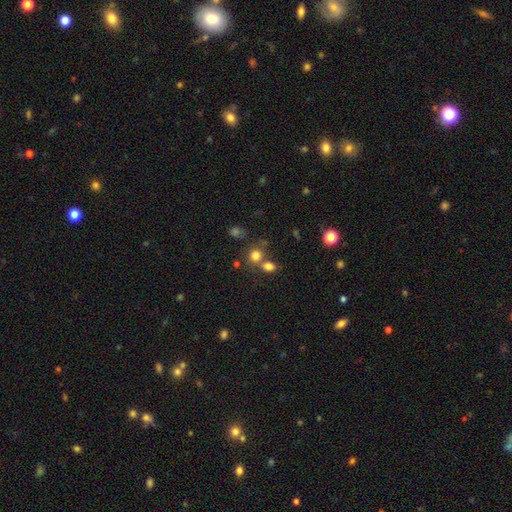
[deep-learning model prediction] This appears to be a smooth galaxy with no disk features (77%) that is round (75%). Merging: none (54%).